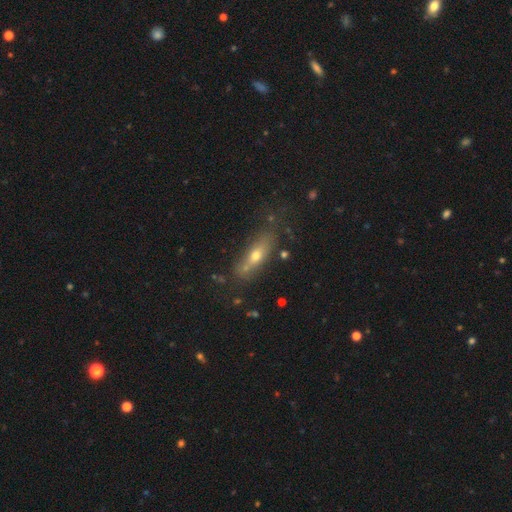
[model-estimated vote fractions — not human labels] Smooth or featured?
  - smooth: 56% *
  - featured or disk: 34%
  - star or artifact: 11%
How rounded?
  - cigar-shaped: 48% *
  - in between: 47%
  - round: 5%
Merging?
  - none: 64% *
  - minor disturbance: 19%
  - merger: 9%
  - major disturbance: 8%